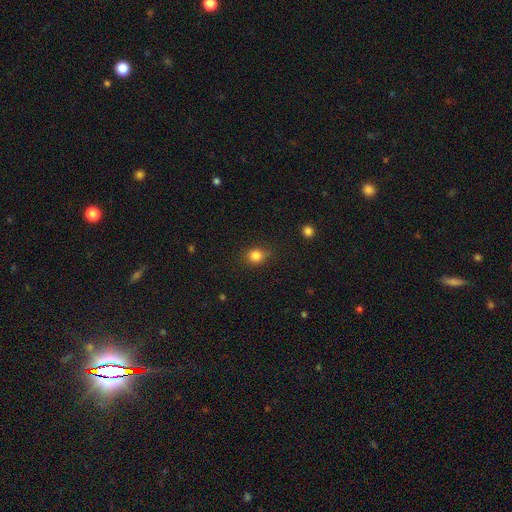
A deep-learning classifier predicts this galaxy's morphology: Overall: smooth (84%). How rounded: round (76%). Merging: none (83%).